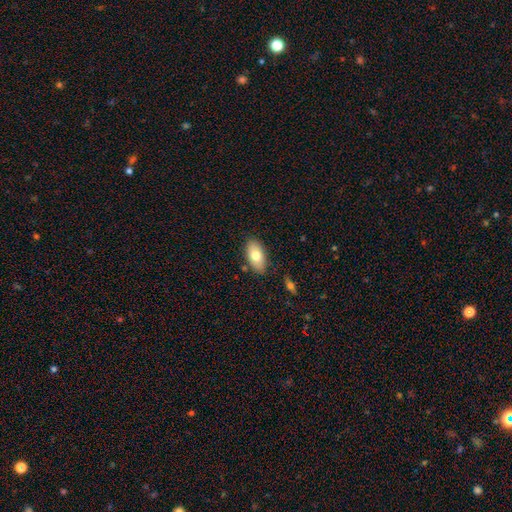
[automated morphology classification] smooth-or-featured: smooth: 76% | featured or disk: 18% | star or artifact: 7%
  how-rounded: in between: 94% | round: 3% | cigar-shaped: 3%
  merging: none: 85% | minor disturbance: 11% | merger: 2% | major disturbance: 2%